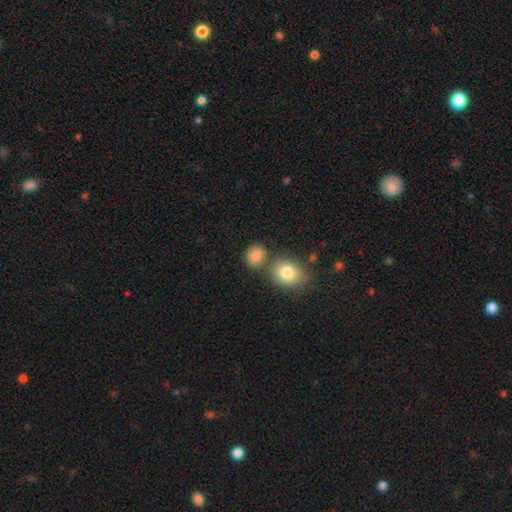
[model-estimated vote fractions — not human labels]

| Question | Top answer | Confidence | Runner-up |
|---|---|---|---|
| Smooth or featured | smooth | 84% | star or artifact (10%) |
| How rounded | round | 72% | in between (27%) |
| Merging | none | 65% | merger (19%) |